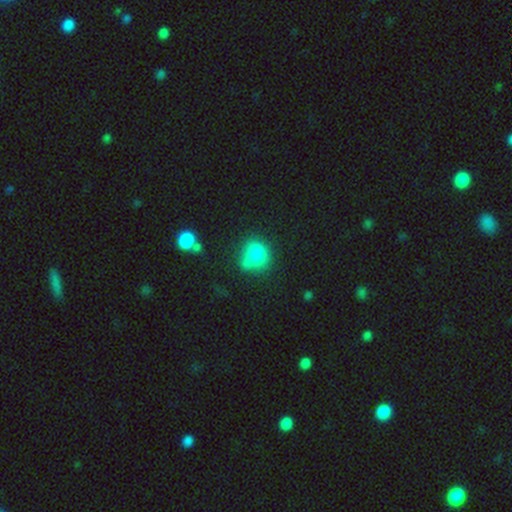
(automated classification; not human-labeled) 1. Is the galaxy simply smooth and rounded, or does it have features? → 78% smooth, 12% star or artifact, 11% featured or disk.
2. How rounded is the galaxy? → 56% round, 43% in between, 2% cigar-shaped.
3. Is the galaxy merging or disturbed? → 46% none, 25% minor disturbance, 16% merger, 13% major disturbance.